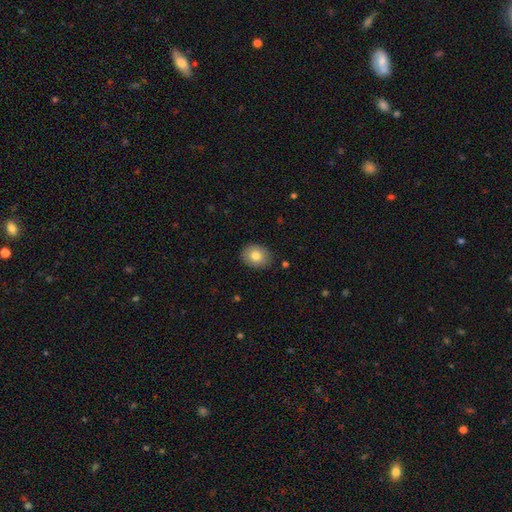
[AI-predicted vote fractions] smooth-or-featured: smooth: 80% | featured or disk: 12% | star or artifact: 8%
  how-rounded: in between: 50% | round: 49% | cigar-shaped: 1%
  merging: none: 88% | minor disturbance: 9% | major disturbance: 2% | merger: 1%